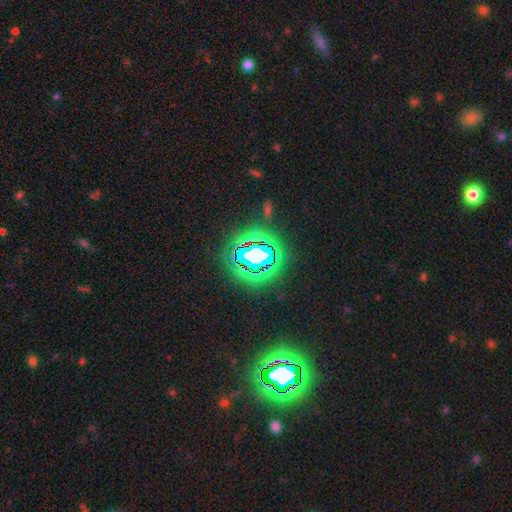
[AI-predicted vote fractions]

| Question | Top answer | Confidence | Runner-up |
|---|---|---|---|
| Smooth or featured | star or artifact | 76% | smooth (14%) |